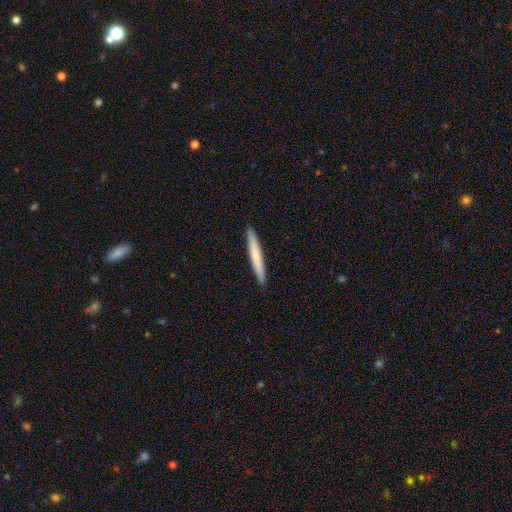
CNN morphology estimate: The model was most divided on "smooth or featured": smooth: 68%, featured or disk: 27%, star or artifact: 5%. More confident: how rounded — cigar-shaped (96%); merging — none (92%).